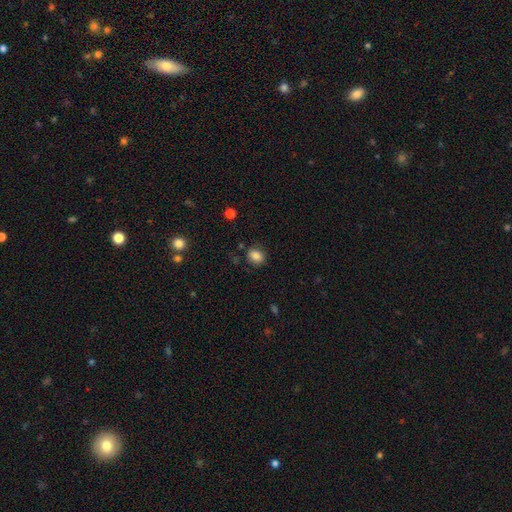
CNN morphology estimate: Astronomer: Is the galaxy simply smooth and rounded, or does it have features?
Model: smooth — 84%.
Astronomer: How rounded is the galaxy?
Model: round — 52% (runner-up: in between, 47%).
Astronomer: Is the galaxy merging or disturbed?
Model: none — 81%.